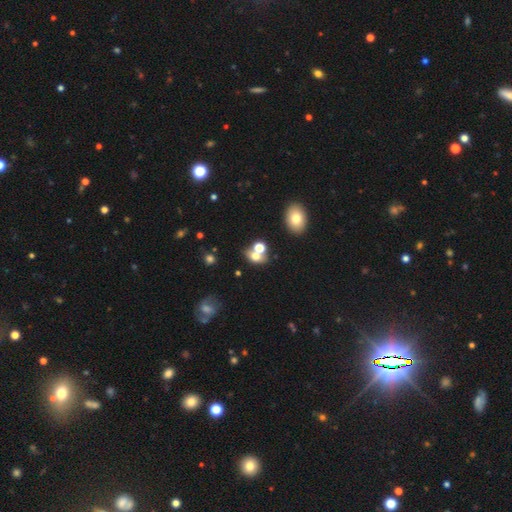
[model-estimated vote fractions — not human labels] Morphology: type=smooth (65%); roundness=in between (50%); merging=merger (45%).